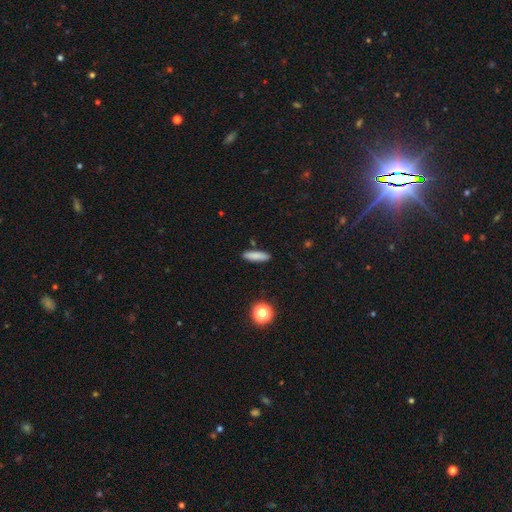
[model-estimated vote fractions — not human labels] smooth_or_featured: smooth (p=0.83) [alt: star or artifact p=0.09]
how_rounded: cigar-shaped (p=0.72) [alt: in between p=0.26]
merging: none (p=0.89) [alt: minor disturbance p=0.07]